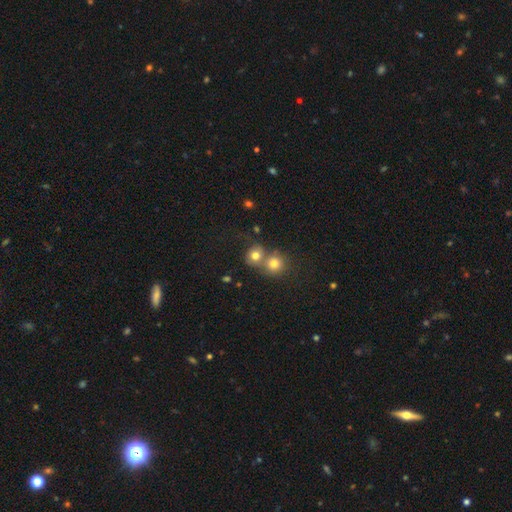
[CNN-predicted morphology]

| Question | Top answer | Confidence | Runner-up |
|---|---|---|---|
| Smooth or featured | smooth | 75% | star or artifact (13%) |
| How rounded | round | 81% | in between (18%) |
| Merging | merger | 49% | none (39%) |